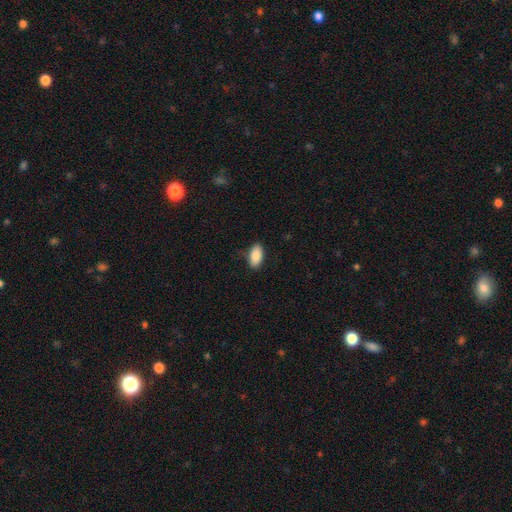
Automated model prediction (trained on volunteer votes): Overall: smooth (88%). How rounded: in between (92%). Merging: none (85%).